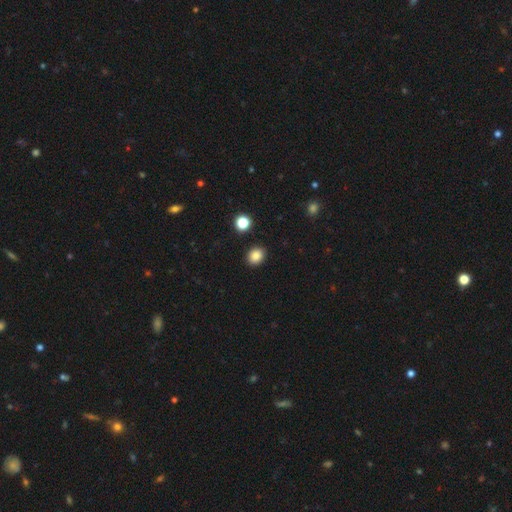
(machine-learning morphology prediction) Smooth or featured: smooth — 85% (star or artifact — 11%)
How rounded: round — 50% (in between — 49%)
Merging: none — 88% (minor disturbance — 7%)